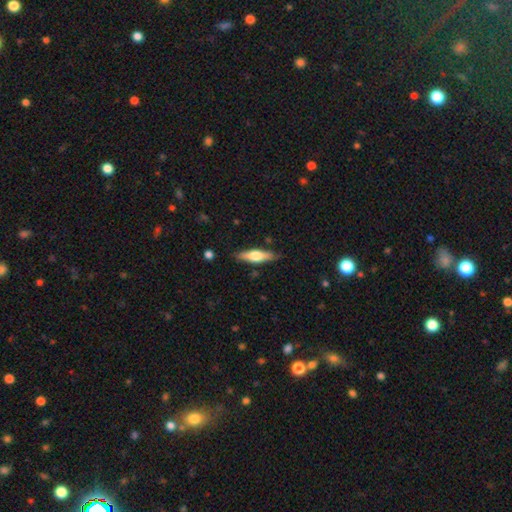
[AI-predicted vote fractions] The model was most divided on "smooth or featured": smooth: 51%, featured or disk: 44%, star or artifact: 6%. More confident: merging — none (83%); how rounded — cigar-shaped (62%).